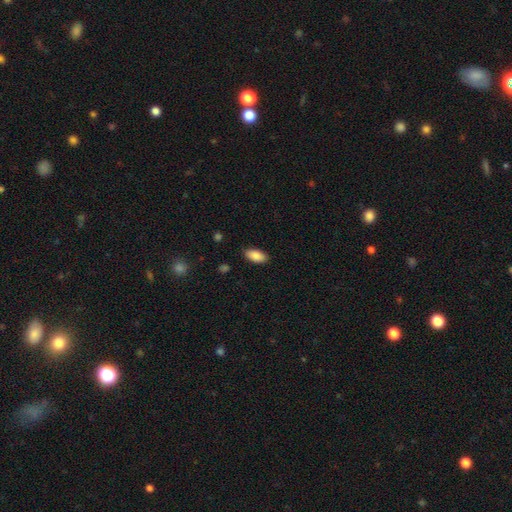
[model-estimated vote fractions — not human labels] This appears to be a smooth galaxy with no disk features (87%) that is in between round and cigar-shaped (92%). Merging: none (86%).